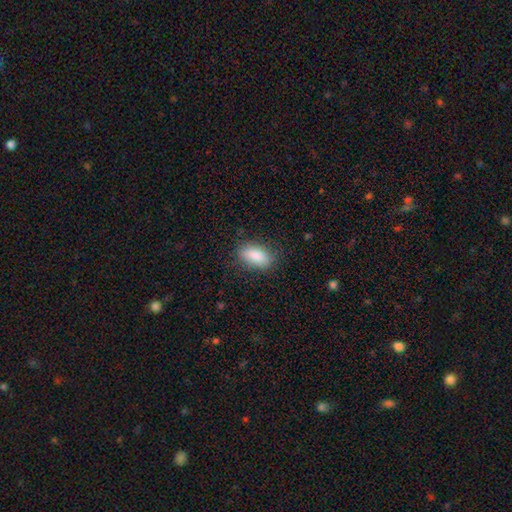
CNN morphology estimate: smooth-or-featured: smooth: 88% | star or artifact: 7% | featured or disk: 6%
  how-rounded: in between: 90% | cigar-shaped: 5% | round: 5%
  merging: none: 82% | minor disturbance: 13% | major disturbance: 4% | merger: 1%